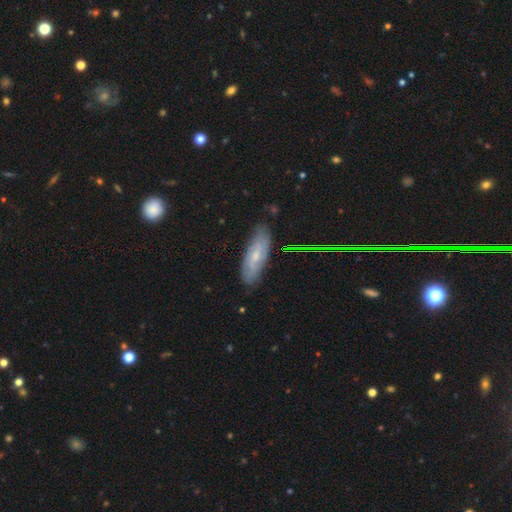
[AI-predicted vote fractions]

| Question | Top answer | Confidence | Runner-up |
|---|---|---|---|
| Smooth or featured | featured or disk | 50% | smooth (41%) |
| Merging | none | 80% | minor disturbance (16%) |